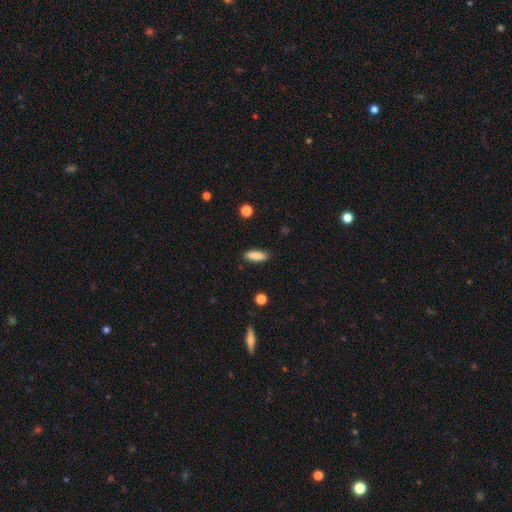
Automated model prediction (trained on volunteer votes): Smooth or featured?
  - smooth: 87% *
  - star or artifact: 7%
  - featured or disk: 6%
How rounded?
  - in between: 64% *
  - cigar-shaped: 34%
  - round: 2%
Merging?
  - none: 86% *
  - minor disturbance: 11%
  - major disturbance: 2%
  - merger: 1%